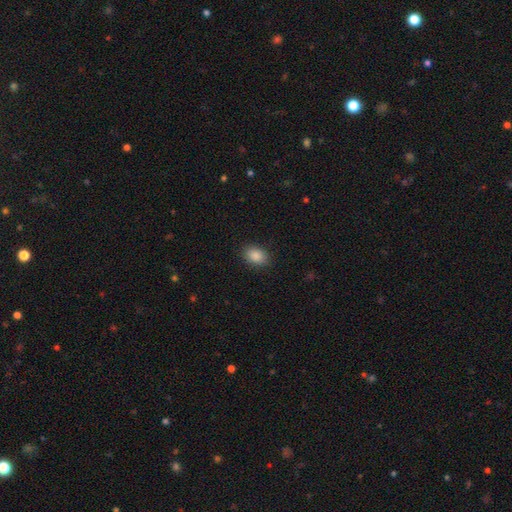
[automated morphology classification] smooth-or-featured: smooth: 88% | star or artifact: 8% | featured or disk: 4%
  how-rounded: in between: 75% | round: 24% | cigar-shaped: 1%
  merging: none: 88% | minor disturbance: 8% | major disturbance: 2% | merger: 1%